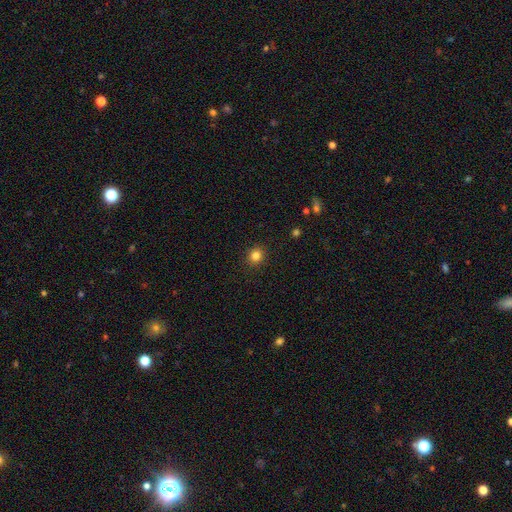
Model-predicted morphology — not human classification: Smooth or featured? Predicted: smooth (p=0.83). How rounded? Predicted: round (p=0.87). Merging? Predicted: none (p=0.91).